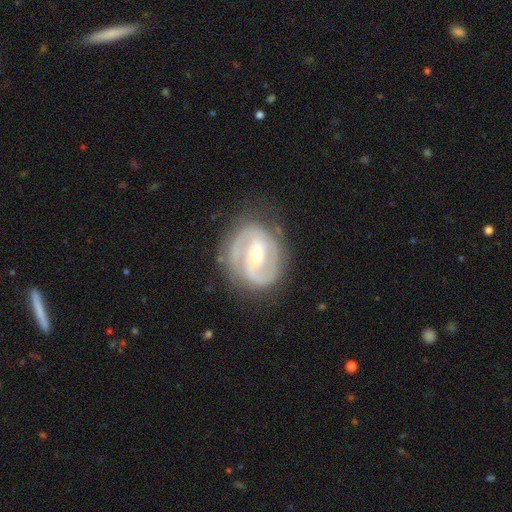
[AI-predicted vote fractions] featured or disk 84%, smooth 11%, star or artifact 5%. Down the decision tree: edge-on disk — no (97%); bar — weak (41%); spiral arms — yes (89%); spiral arm count — 2 (79%); spiral winding — medium (44%); bulge size — moderate (53%); merging — none (74%).